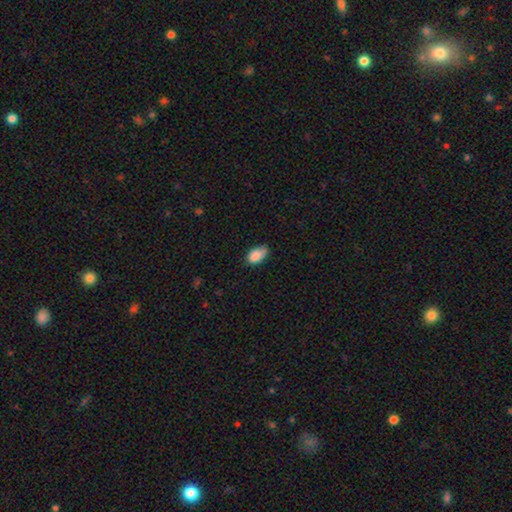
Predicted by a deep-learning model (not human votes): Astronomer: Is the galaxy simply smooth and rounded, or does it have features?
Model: smooth — 87%.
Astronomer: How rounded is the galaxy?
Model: in between — 92%.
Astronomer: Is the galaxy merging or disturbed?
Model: none — 60%.